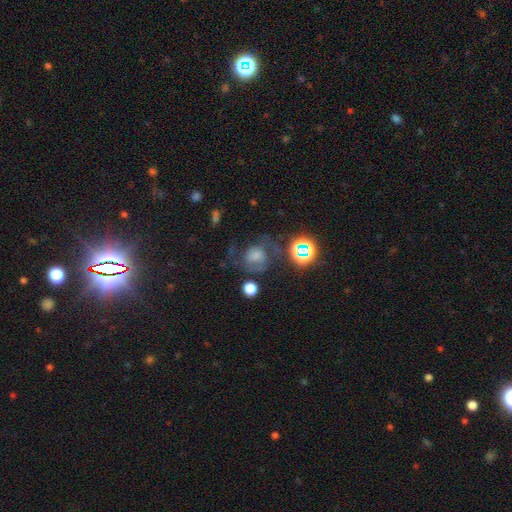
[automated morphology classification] A smooth galaxy with no disk features (42%).

Vote fractions:
- Smooth or featured? smooth: 42% / featured or disk: 40% / star or artifact: 19%
- Merging? none: 44% / major disturbance: 30% / minor disturbance: 21% / merger: 5%